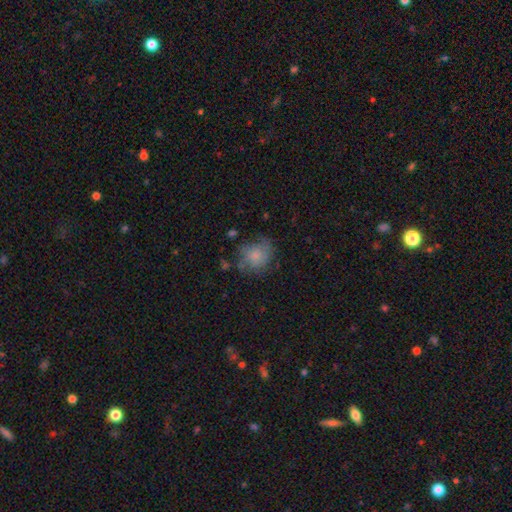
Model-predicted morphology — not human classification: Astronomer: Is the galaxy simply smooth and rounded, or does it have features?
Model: smooth — 67%.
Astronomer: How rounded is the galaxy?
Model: round — 71%.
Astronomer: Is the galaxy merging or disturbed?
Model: none — 55%.